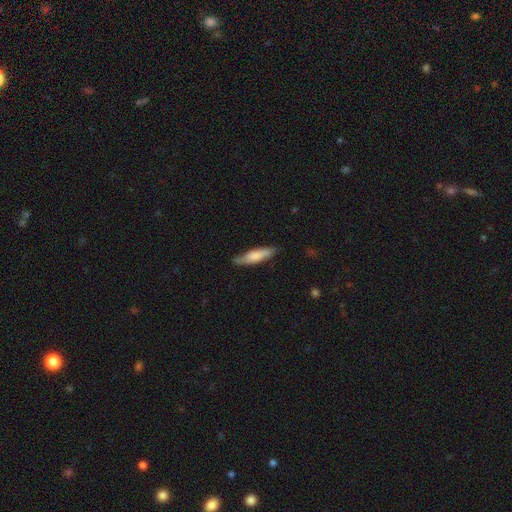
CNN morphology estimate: This appears to be a smooth galaxy with no disk features (69%) that is cigar-shaped (73%). Merging: none (75%).